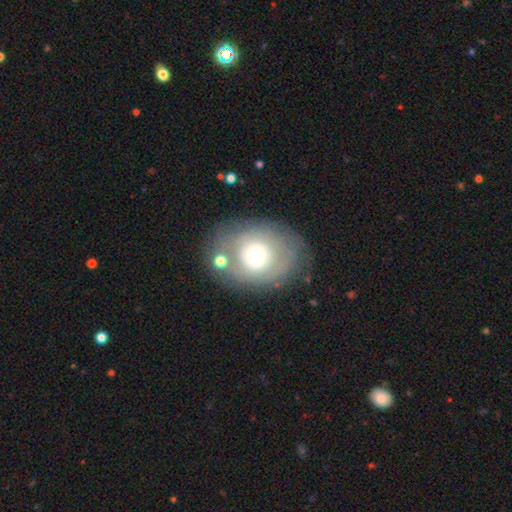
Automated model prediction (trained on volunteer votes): Smooth or featured? featured or disk (46%)
Merging? none (67%)